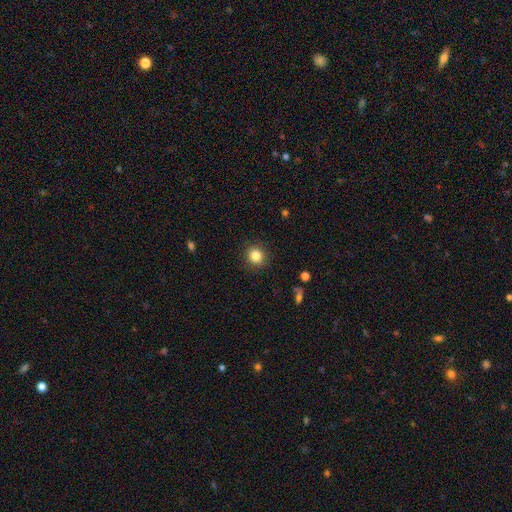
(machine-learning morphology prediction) smooth 84%, star or artifact 11%, featured or disk 5%. Down the decision tree: how rounded — round (90%); merging — none (90%).